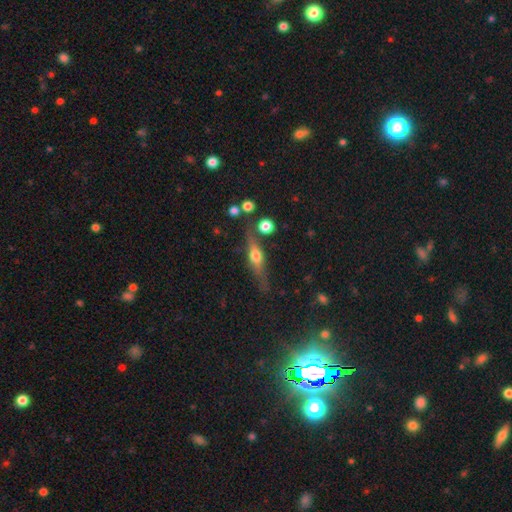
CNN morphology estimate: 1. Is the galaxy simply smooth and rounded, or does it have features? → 59% featured or disk, 33% smooth, 8% star or artifact.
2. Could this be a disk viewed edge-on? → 92% yes, 8% no.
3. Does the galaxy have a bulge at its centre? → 92% rounded, 5% boxy, 3% none.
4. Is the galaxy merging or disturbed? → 73% none, 16% minor disturbance, 6% merger, 5% major disturbance.